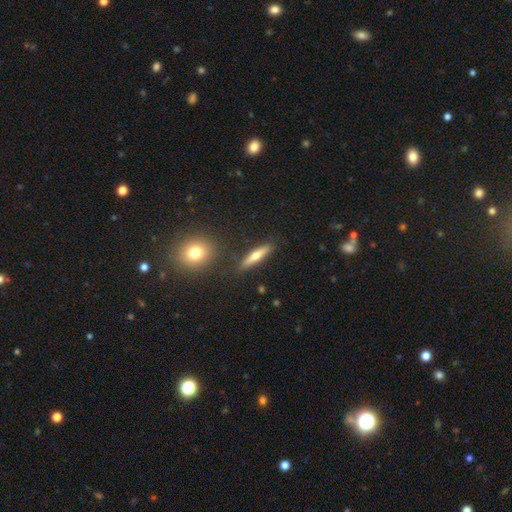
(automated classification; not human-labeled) smooth_or_featured: smooth (p=0.48) [alt: featured or disk p=0.45]
merging: none (p=0.86) [alt: minor disturbance p=0.08]